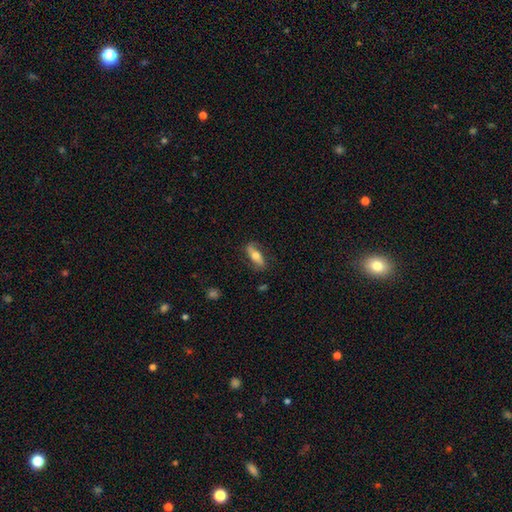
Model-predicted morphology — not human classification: Smooth or featured? Predicted: smooth (p=0.52). How rounded? Predicted: in between (p=0.63). Merging? Predicted: none (p=0.76).